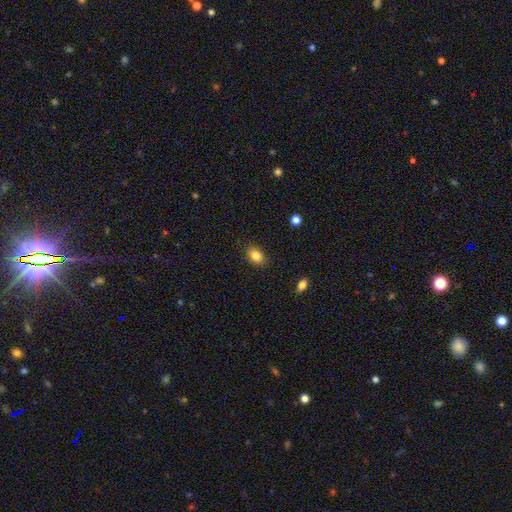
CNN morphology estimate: Smooth or featured? Predicted: smooth (p=0.83). How rounded? Predicted: in between (p=0.77). Merging? Predicted: none (p=0.84).